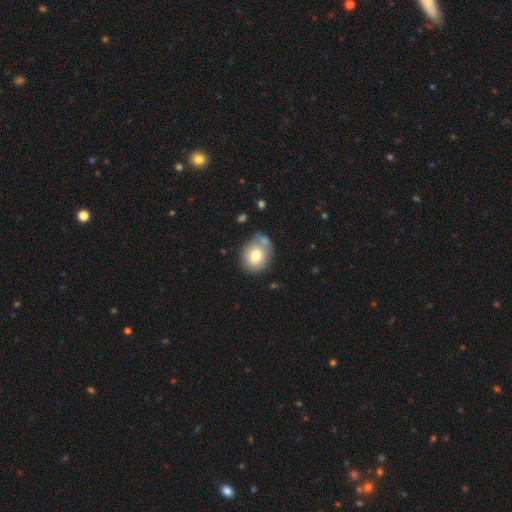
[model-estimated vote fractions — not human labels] Overall: smooth (75%). How rounded: round (62%; in between 37%). Merging: none (55%; merger 20%).